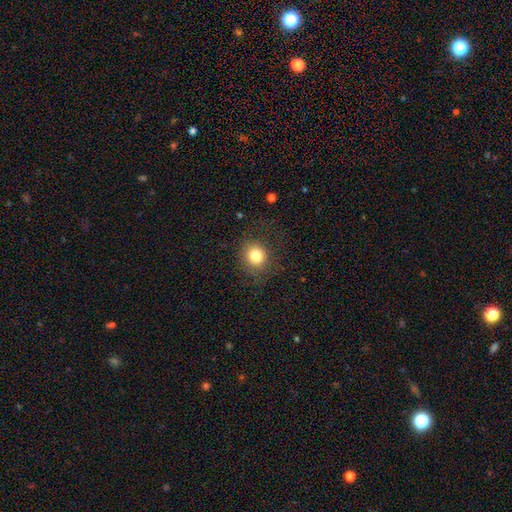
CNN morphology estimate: Smooth or featured? smooth (80%)
How rounded? round (85%)
Merging? none (81%)